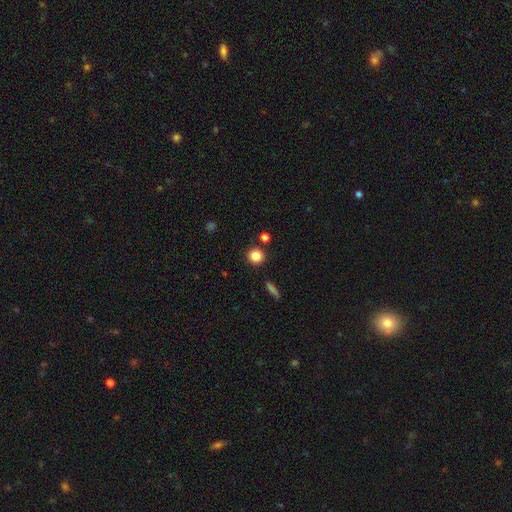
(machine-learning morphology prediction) Smooth or featured? Predicted: smooth (p=0.85). How rounded? Predicted: round (p=0.90). Merging? Predicted: none (p=0.86).